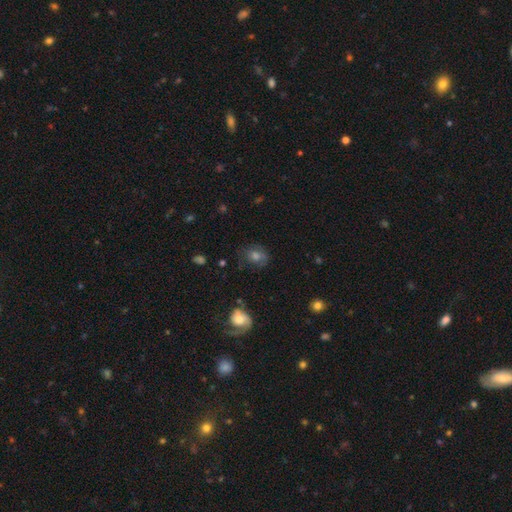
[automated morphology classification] type=smooth (54%); roundness=round (58%); merging=none (67%).